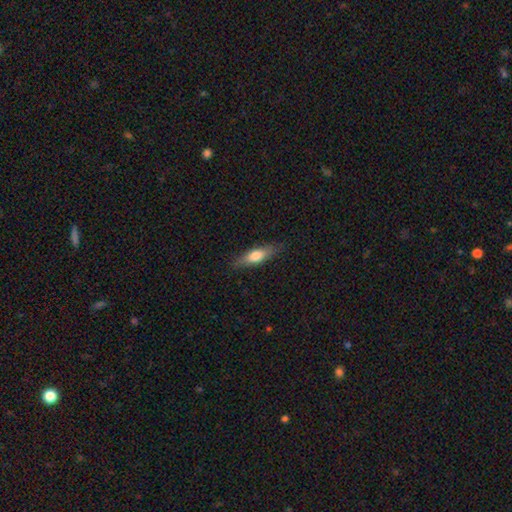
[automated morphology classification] Smooth or featured: smooth — 65% (featured or disk — 28%)
How rounded: cigar-shaped — 54% (in between — 44%)
Merging: none — 83% (minor disturbance — 13%)